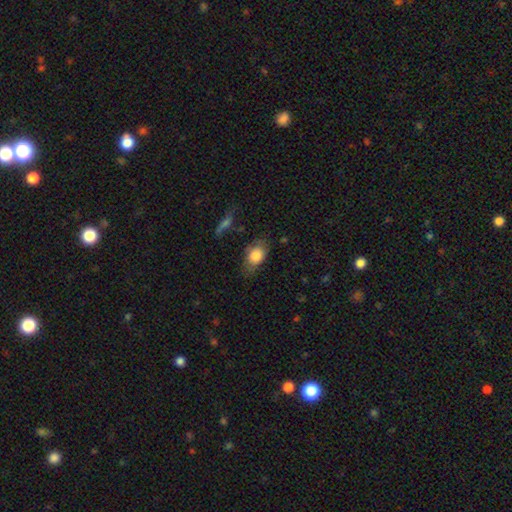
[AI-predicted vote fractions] Q: Smooth or featured?
A: smooth (80%); runner-up: featured or disk (13%)
Q: How rounded?
A: in between (84%); runner-up: round (13%)
Q: Merging?
A: none (64%); runner-up: minor disturbance (26%)